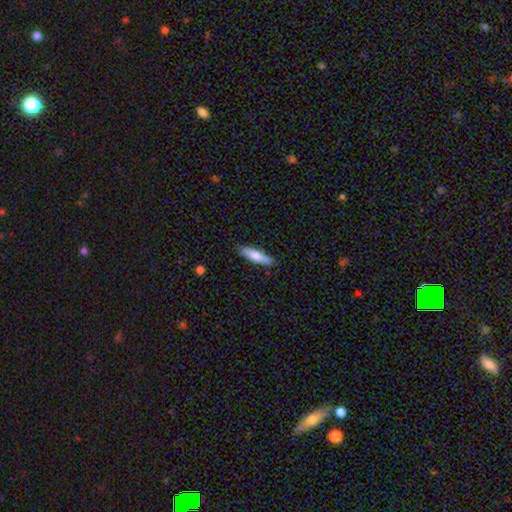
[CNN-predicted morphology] Smooth or featured? smooth (76%)
How rounded? cigar-shaped (75%)
Merging? none (87%)